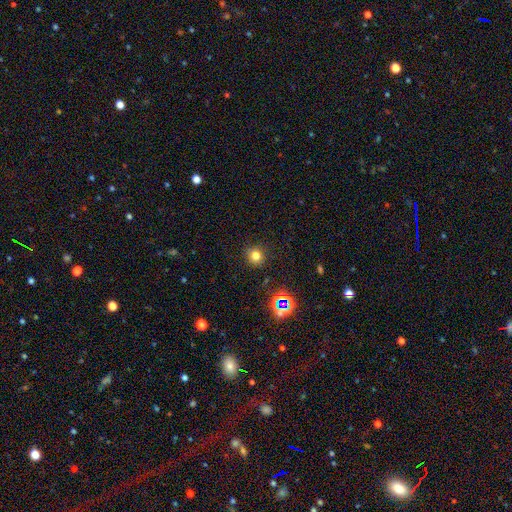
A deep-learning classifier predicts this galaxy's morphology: The model was most divided on "smooth or featured": smooth: 73%, star or artifact: 20%, featured or disk: 7%. More confident: how rounded — round (90%); merging — none (87%).